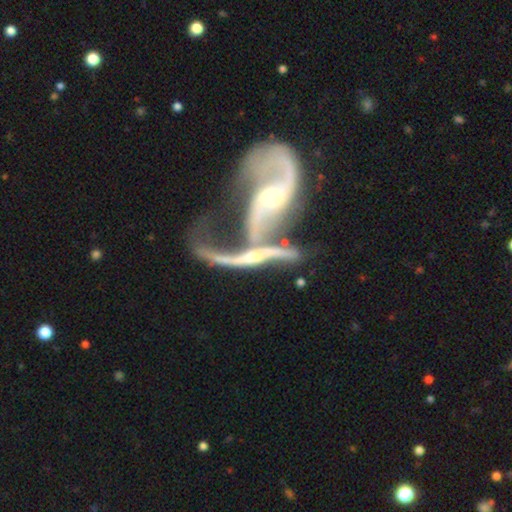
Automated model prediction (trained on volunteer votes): Morphology: type=featured or disk (79%); edge-on=no (80%); bar=no (53%); spiral arms=yes (78%); bulge=moderate (47%); merging=merger (66%).